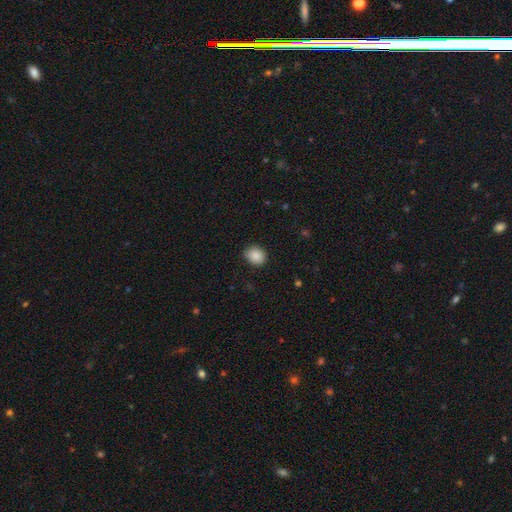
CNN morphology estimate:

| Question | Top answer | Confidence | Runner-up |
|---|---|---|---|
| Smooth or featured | smooth | 89% | star or artifact (8%) |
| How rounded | round | 61% | in between (38%) |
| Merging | none | 85% | minor disturbance (11%) |